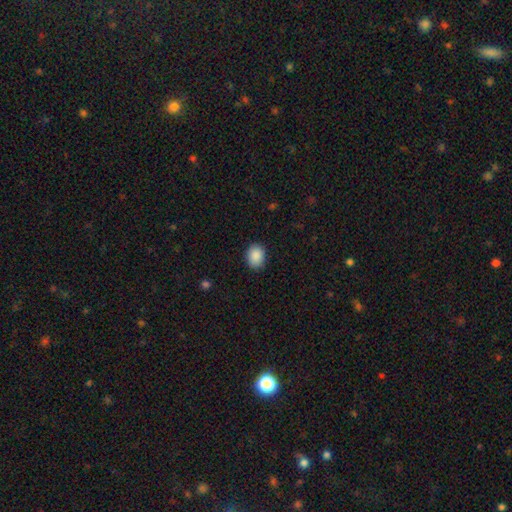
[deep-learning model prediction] smooth_or_featured: smooth (p=0.89) [alt: star or artifact p=0.08]
how_rounded: in between (p=0.62) [alt: round p=0.37]
merging: none (p=0.87) [alt: minor disturbance p=0.10]